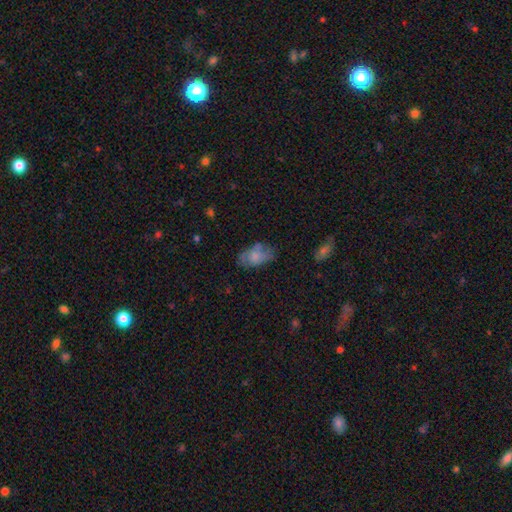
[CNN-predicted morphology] smooth 67%, featured or disk 25%, star or artifact 8%. Down the decision tree: how rounded — in between (92%); merging — none (59%).